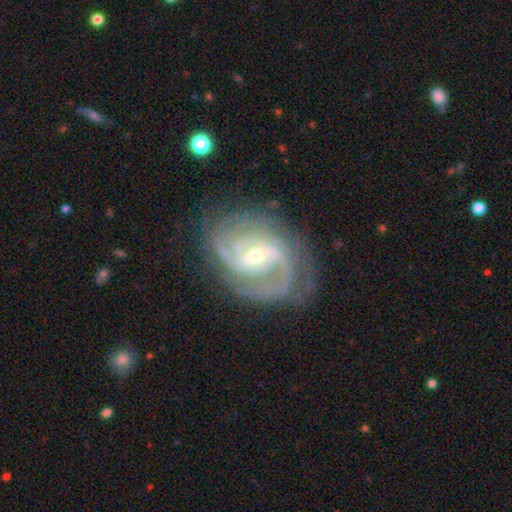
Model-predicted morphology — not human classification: smooth-or-featured: featured or disk: 91% | star or artifact: 5% | smooth: 4%
  disk-edge-on: no: 97% | yes: 3%
    bar: weak: 50% | no: 27% | strong: 23%
    has-spiral-arms: yes: 98% | no: 2%
      spiral-winding: tight: 49% | medium: 42% | loose: 9%
      spiral-arm-count: 2: 40% | 3: 25% | can't tell: 14% | 4: 10% | more than 4: 5% | 1: 5%
    bulge-size: small: 59% | moderate: 38% | large: 1% | none: 1% | dominant: 1%
  merging: none: 74% | minor disturbance: 17% | major disturbance: 7% | merger: 1%